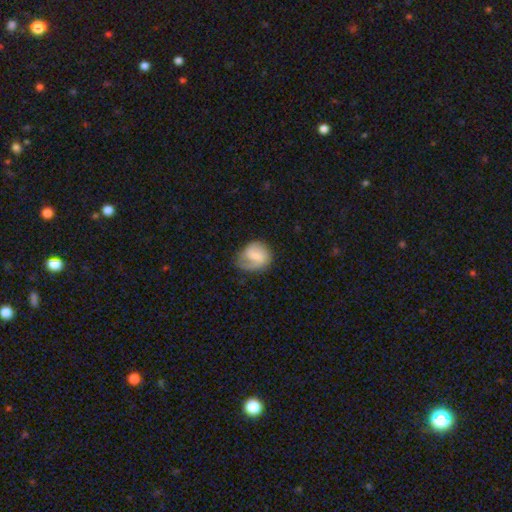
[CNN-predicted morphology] A smooth galaxy with no disk features (51%) that is round (68%).

Vote fractions:
- Smooth or featured? smooth: 51% / featured or disk: 42% / star or artifact: 7%
- How rounded? round: 68% / in between: 31% / cigar-shaped: 1%
- Merging? none: 56% / minor disturbance: 28% / major disturbance: 14% / merger: 2%